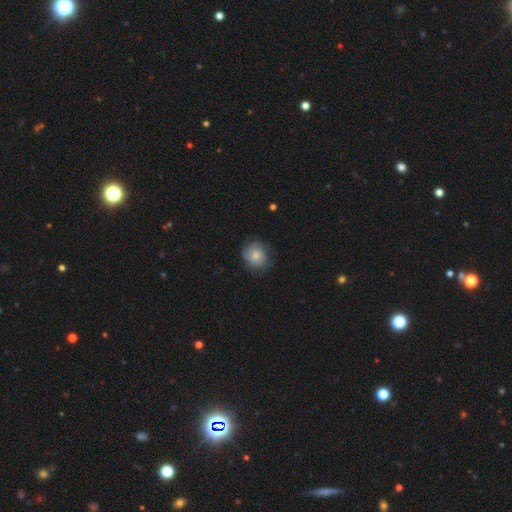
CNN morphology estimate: Q: Smooth or featured?
A: smooth (77%); runner-up: featured or disk (15%)
Q: How rounded?
A: round (79%); runner-up: in between (20%)
Q: Merging?
A: none (73%); runner-up: minor disturbance (21%)